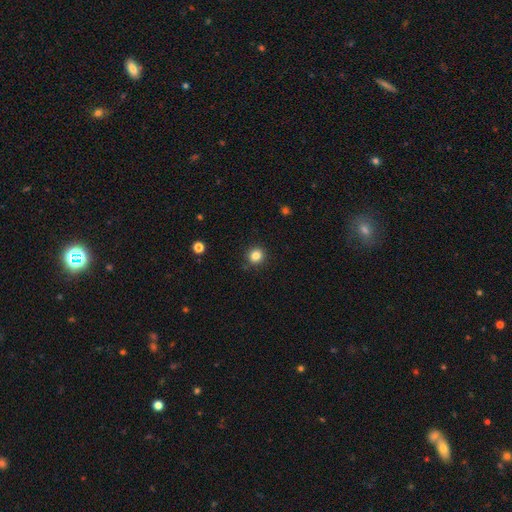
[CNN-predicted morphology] This is clearly a smooth galaxy (84%). How rounded: clearly round (90%). Merging: clearly none (89%).